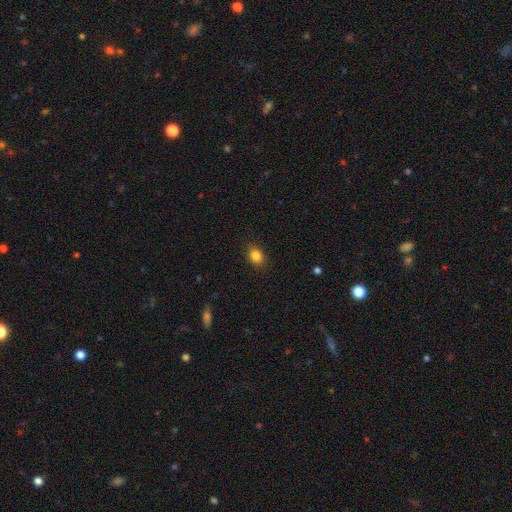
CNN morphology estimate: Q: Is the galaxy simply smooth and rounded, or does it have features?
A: smooth — 85%.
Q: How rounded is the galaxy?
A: in between — 59%.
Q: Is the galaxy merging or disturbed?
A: none — 89%.